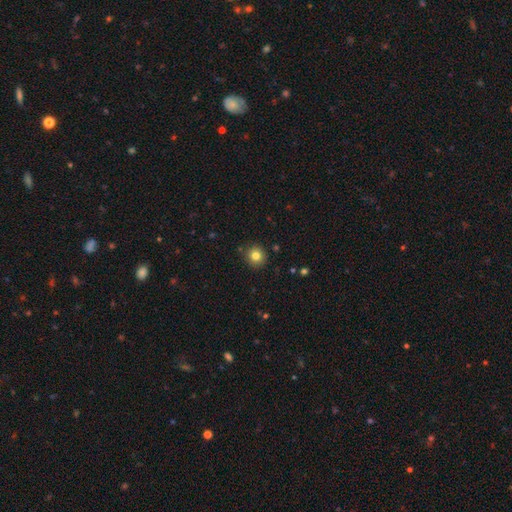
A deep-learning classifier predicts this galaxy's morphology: Smooth or featured: smooth — 80% (star or artifact — 12%)
How rounded: round — 92% (in between — 7%)
Merging: none — 90% (minor disturbance — 7%)